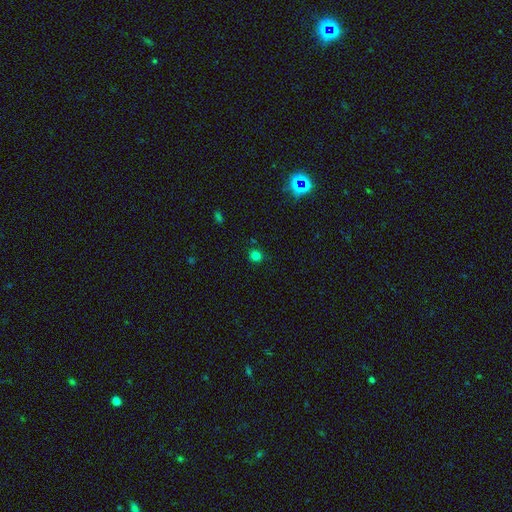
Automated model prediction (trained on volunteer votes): Smooth or featured? smooth (78%)
How rounded? round (90%)
Merging? none (87%)